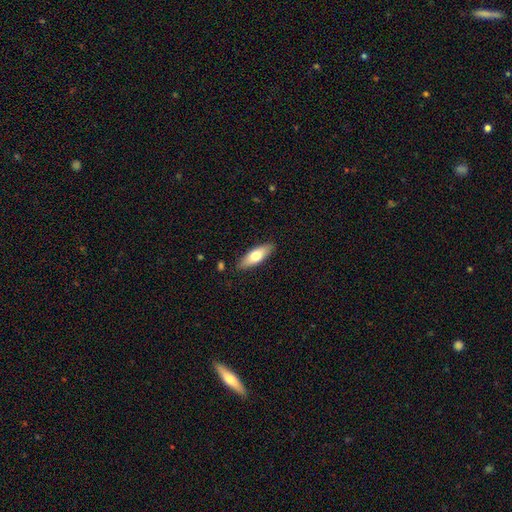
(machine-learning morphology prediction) A smooth galaxy with no disk features (69%) that is in between round and cigar-shaped (64%).

Vote fractions:
- Smooth or featured? smooth: 69% / featured or disk: 25% / star or artifact: 6%
- How rounded? in between: 64% / cigar-shaped: 34% / round: 2%
- Merging? none: 87% / minor disturbance: 10% / major disturbance: 2% / merger: 1%